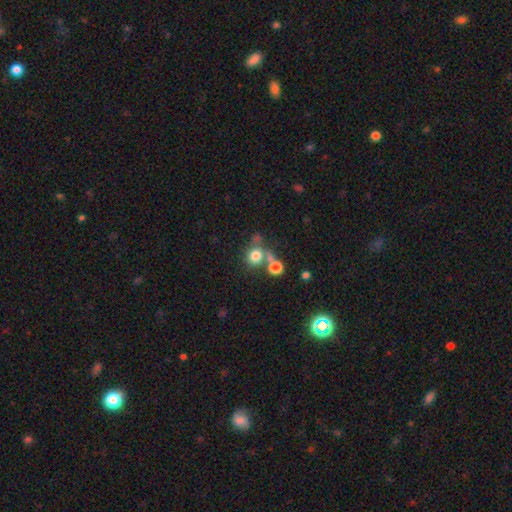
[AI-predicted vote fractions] Smooth or featured: smooth — 74% (star or artifact — 14%)
How rounded: round — 81% (in between — 18%)
Merging: none — 51% (merger — 30%)